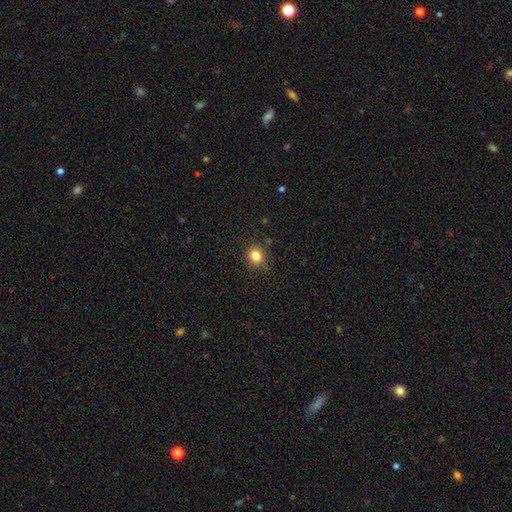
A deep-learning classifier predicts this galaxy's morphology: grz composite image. It shows a smooth galaxy with no disk features (82%) that is round (77%). Merging: none (85%).